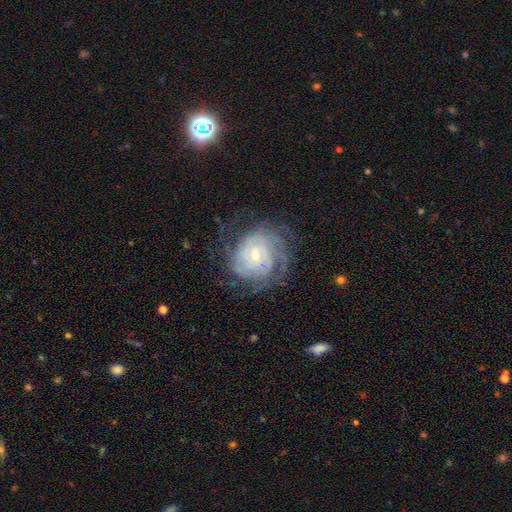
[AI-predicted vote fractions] This is clearly a featured or disk galaxy (81%). It is clearly not viewed edge-on (98%). Bar: possibly no (56%). Spiral arm pattern: clearly yes (92%). Spiral arm count: marginally can't tell (45%). Spiral winding: likely tight (65%). Central bulge: likely small (66%). Merging: likely none (62%).